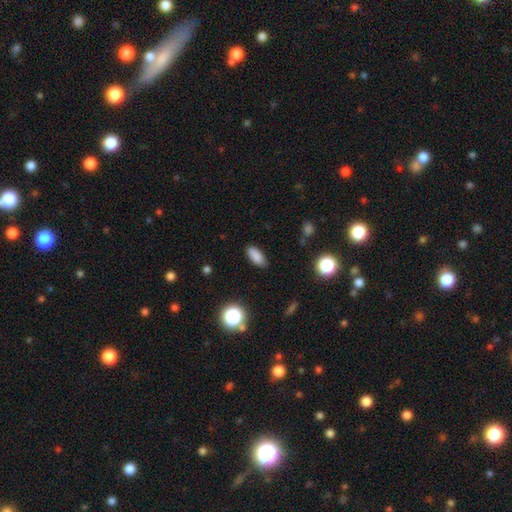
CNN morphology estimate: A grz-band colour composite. It shows a smooth galaxy with no disk features (85%) that is in between round and cigar-shaped (81%). Merging: none (87%).